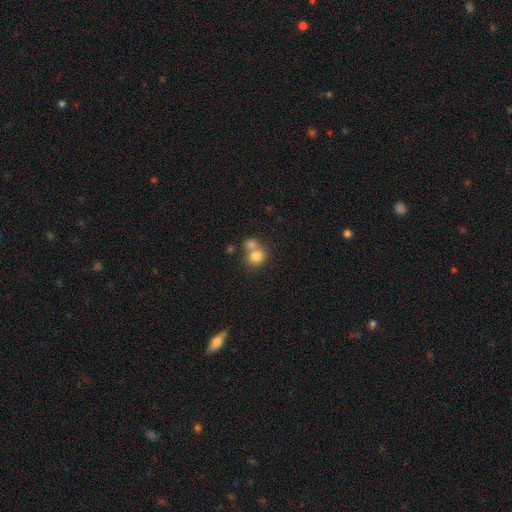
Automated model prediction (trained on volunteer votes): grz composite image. It shows a smooth galaxy with no disk features (78%) that is round (76%). Merging: merger (52%).